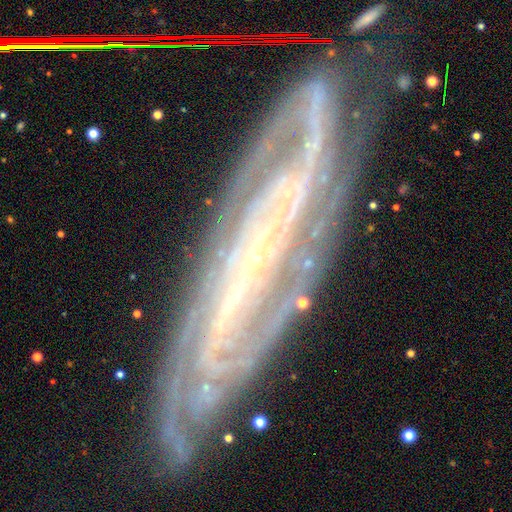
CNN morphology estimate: The model was most divided on "bar": strong: 38%, no: 33%, weak: 29%. Remaining: spiral arms — yes (97%); smooth or featured — featured or disk (88%); edge-on disk — no (82%); bulge size — small (80%); merging — none (73%); spiral winding — tight (58%); spiral arm count — 2 (45%).